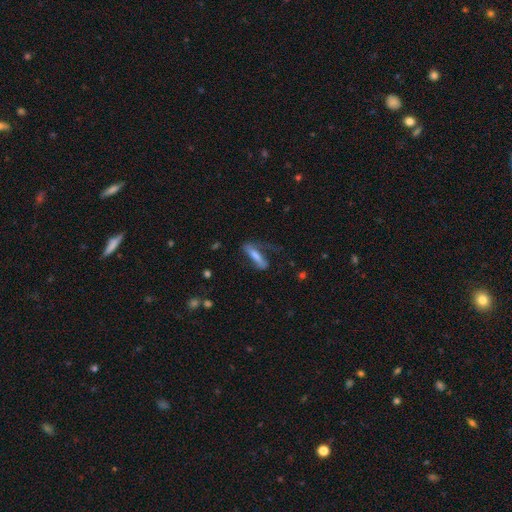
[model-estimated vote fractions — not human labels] smooth-or-featured: smooth: 57% | featured or disk: 35% | star or artifact: 8%
  how-rounded: cigar-shaped: 70% | in between: 27% | round: 2%
  merging: none: 40% | major disturbance: 34% | minor disturbance: 22% | merger: 4%